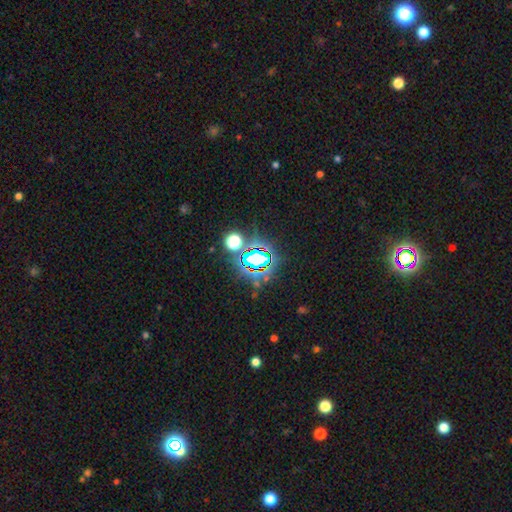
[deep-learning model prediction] Overall: star or artifact (72%).